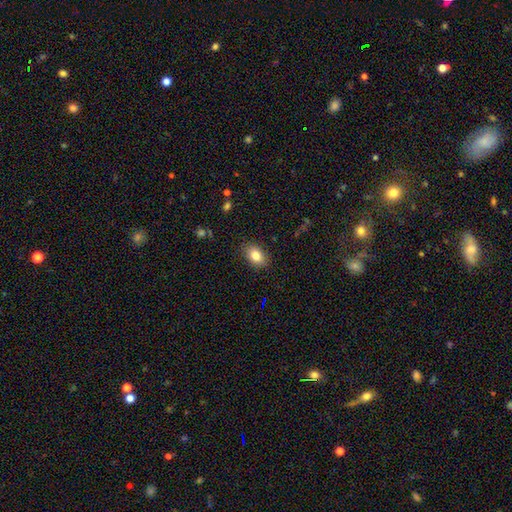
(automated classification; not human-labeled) Q: Smooth or featured?
A: smooth (84%); runner-up: star or artifact (8%)
Q: How rounded?
A: in between (83%); runner-up: round (16%)
Q: Merging?
A: none (86%); runner-up: minor disturbance (10%)